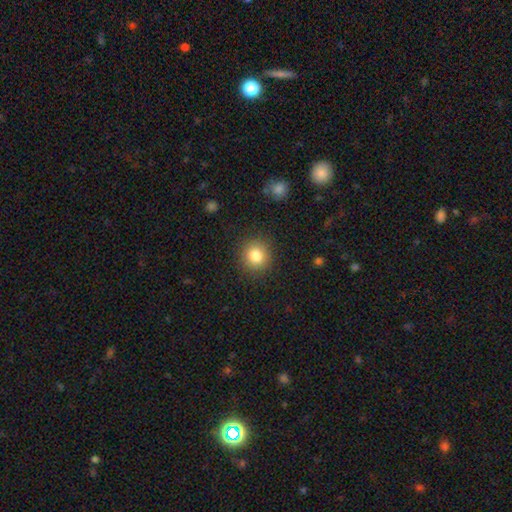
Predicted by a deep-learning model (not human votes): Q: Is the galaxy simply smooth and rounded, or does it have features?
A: smooth — 82%.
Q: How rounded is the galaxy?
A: round — 91%.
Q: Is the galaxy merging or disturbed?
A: none — 89%.